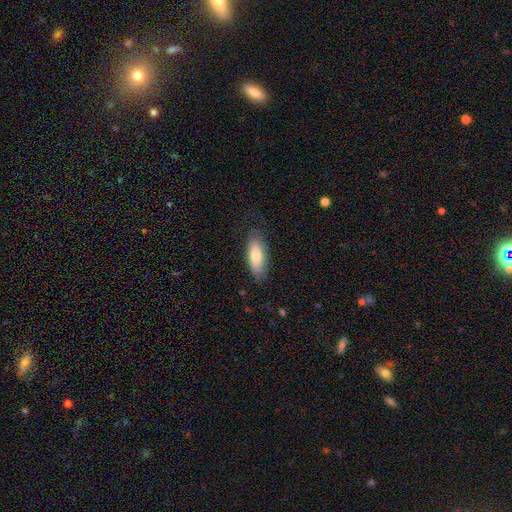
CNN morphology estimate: smooth 75%, featured or disk 20%, star or artifact 6%. Down the decision tree: how rounded — in between (73%); merging — none (81%).